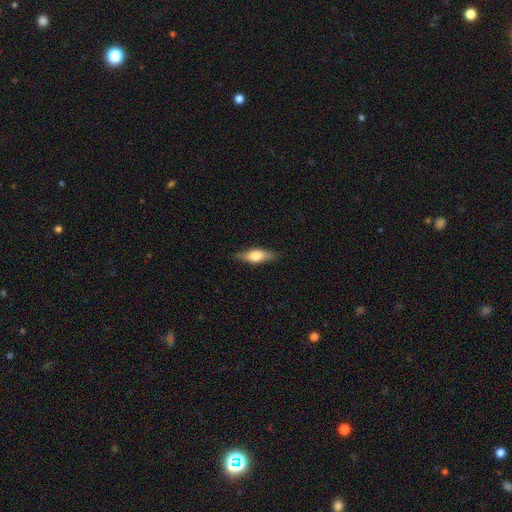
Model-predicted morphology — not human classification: Smooth or featured?
  - smooth: 53% *
  - featured or disk: 41%
  - star or artifact: 6%
How rounded?
  - in between: 55% *
  - cigar-shaped: 42%
  - round: 3%
Merging?
  - none: 85% *
  - minor disturbance: 12%
  - major disturbance: 2%
  - merger: 1%